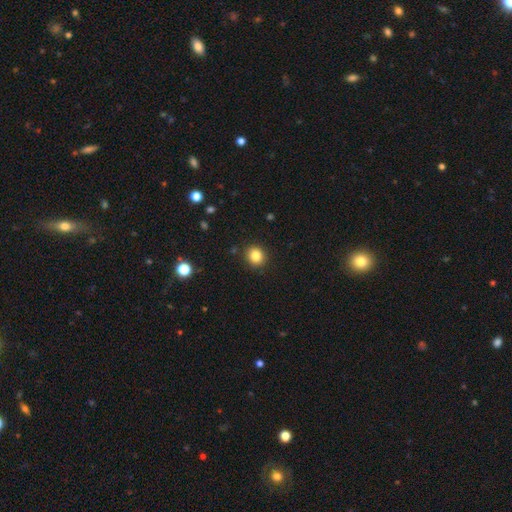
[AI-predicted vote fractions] A smooth galaxy with no disk features (84%) that is round (84%).

Vote fractions:
- Smooth or featured? smooth: 84% / star or artifact: 11% / featured or disk: 5%
- How rounded? round: 84% / in between: 15% / cigar-shaped: 1%
- Merging? none: 90% / minor disturbance: 7% / major disturbance: 2% / merger: 1%